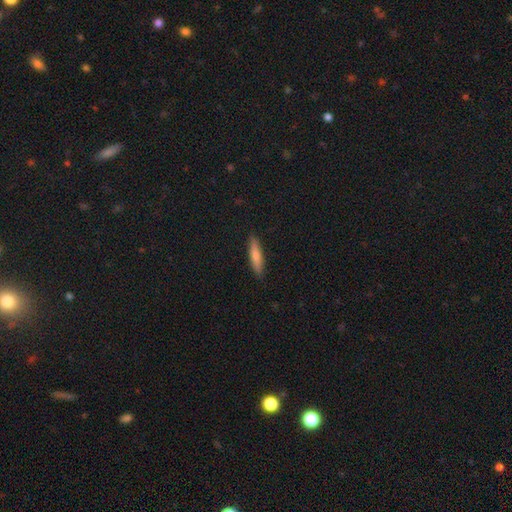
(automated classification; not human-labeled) Smooth or featured: smooth — 74% (featured or disk — 20%)
How rounded: cigar-shaped — 77% (in between — 21%)
Merging: none — 88% (minor disturbance — 9%)